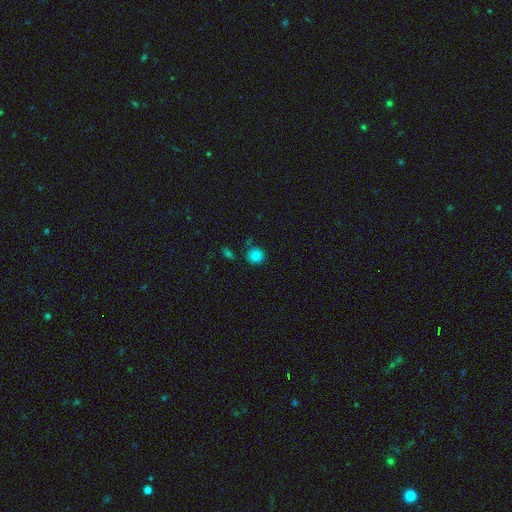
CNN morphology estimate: This is clearly a smooth galaxy (84%). How rounded: clearly round (90%). Merging: likely none (76%).